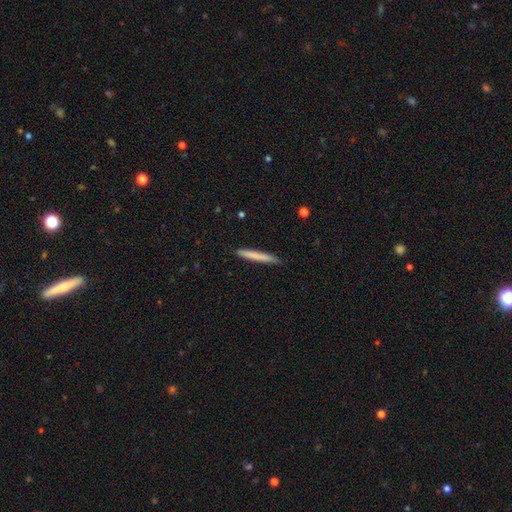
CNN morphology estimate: Smooth or featured: smooth — 74% (featured or disk — 20%)
How rounded: cigar-shaped — 96% (in between — 2%)
Merging: none — 89% (minor disturbance — 9%)